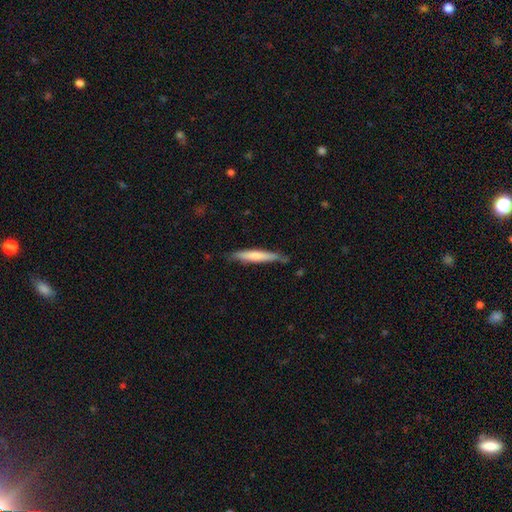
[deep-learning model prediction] A smooth galaxy with no disk features (65%) that is cigar-shaped (92%).

Vote fractions:
- Smooth or featured? smooth: 65% / featured or disk: 29% / star or artifact: 5%
- How rounded? cigar-shaped: 92% / in between: 7% / round: 1%
- Merging? none: 78% / minor disturbance: 17% / major disturbance: 3% / merger: 2%